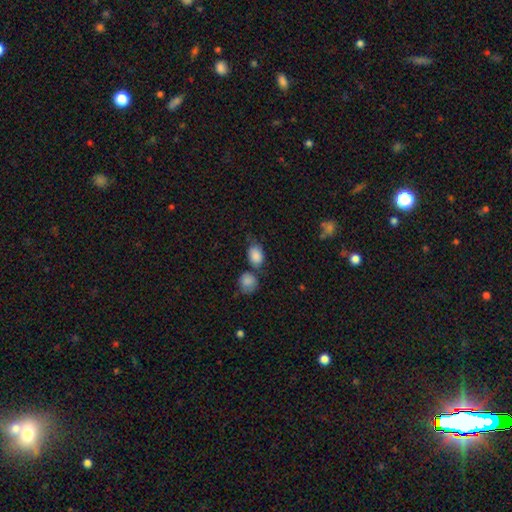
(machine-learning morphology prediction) type=smooth (87%); roundness=in between (76%); merging=none (48%).